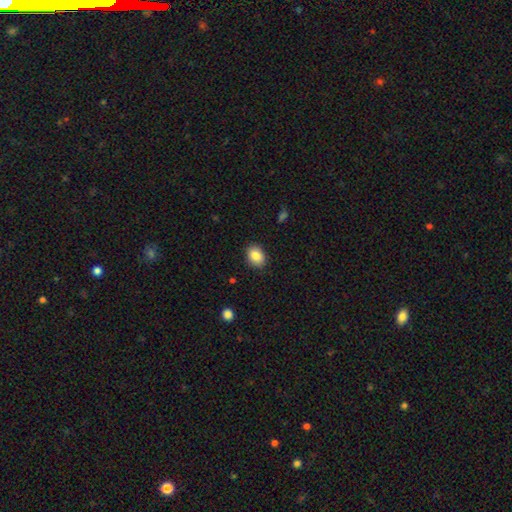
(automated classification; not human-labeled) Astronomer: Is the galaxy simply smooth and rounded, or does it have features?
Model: smooth — 86%.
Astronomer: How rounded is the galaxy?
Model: in between — 61% (runner-up: round, 38%).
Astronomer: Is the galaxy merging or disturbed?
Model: none — 89%.